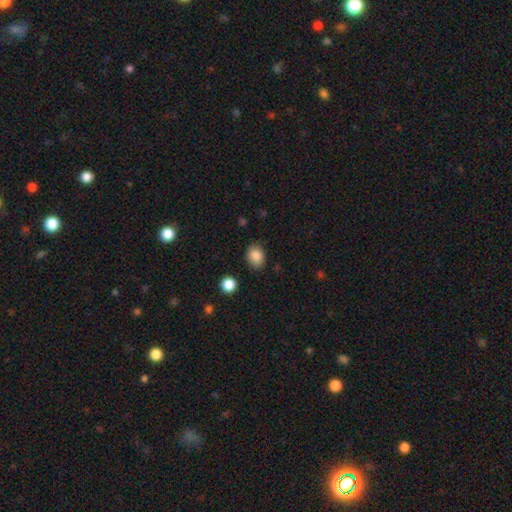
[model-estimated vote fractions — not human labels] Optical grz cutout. It shows a smooth galaxy with no disk features (86%) that is in between round and cigar-shaped (58%). Merging: none (82%).